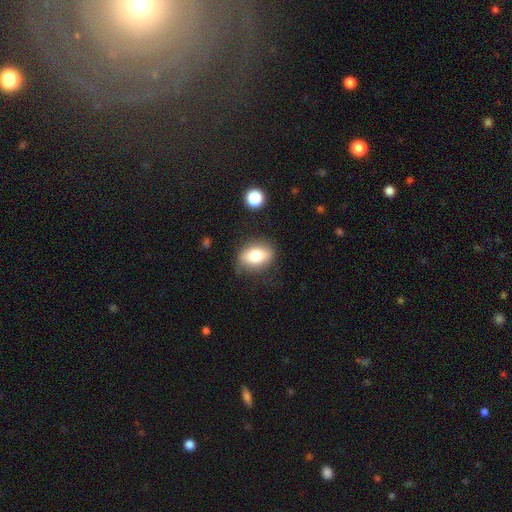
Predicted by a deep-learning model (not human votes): The model was most divided on "smooth or featured": smooth: 74%, featured or disk: 18%, star or artifact: 8%. More confident: merging — none (79%); how rounded — in between (79%).